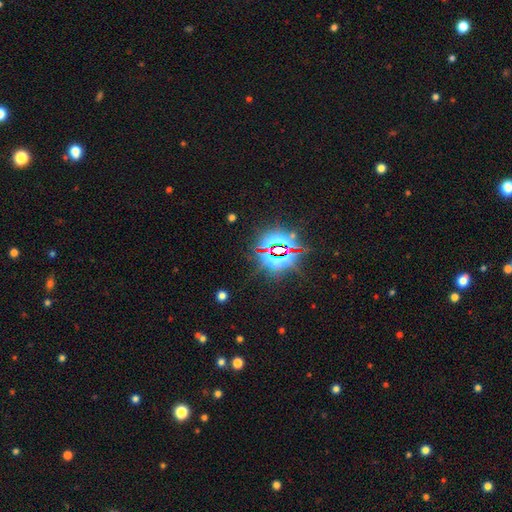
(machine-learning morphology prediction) Smooth or featured? star or artifact (84%)